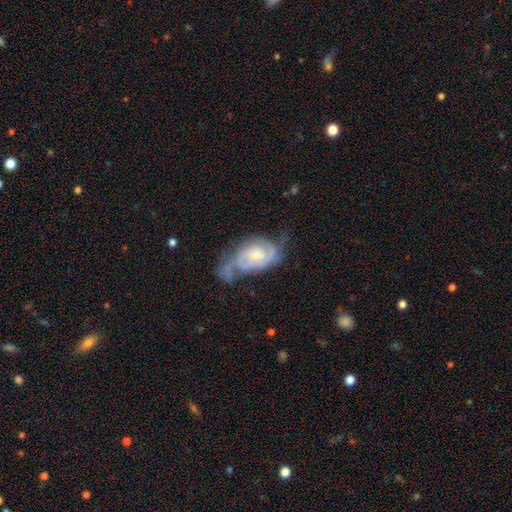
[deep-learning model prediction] This appears to be a featured or disk galaxy (84%) with no bar (61%), 2 (59%) tight (52%) spiral arms (94%) and a small central bulge (54%). Merging: none (42%).